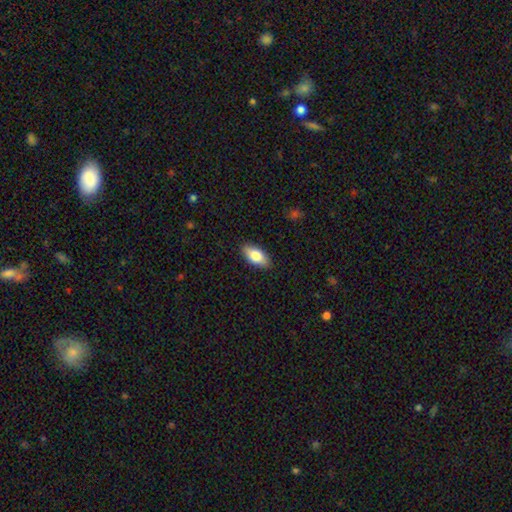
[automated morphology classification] The model was most divided on "smooth or featured": smooth: 81%, featured or disk: 13%, star or artifact: 6%. More confident: how rounded — in between (90%); merging — none (88%).